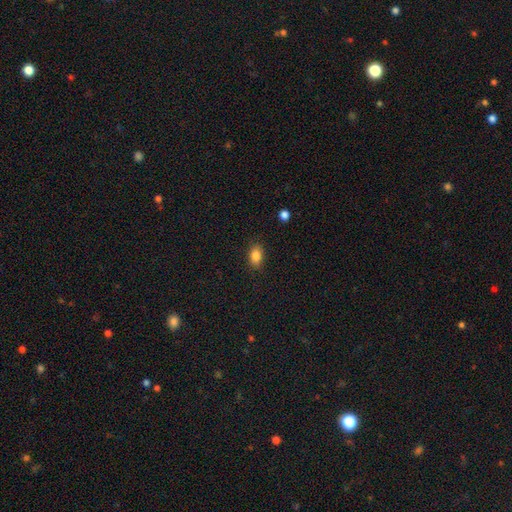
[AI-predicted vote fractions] This appears to be a smooth galaxy with no disk features (85%) that is in between round and cigar-shaped (81%). Merging: none (86%).